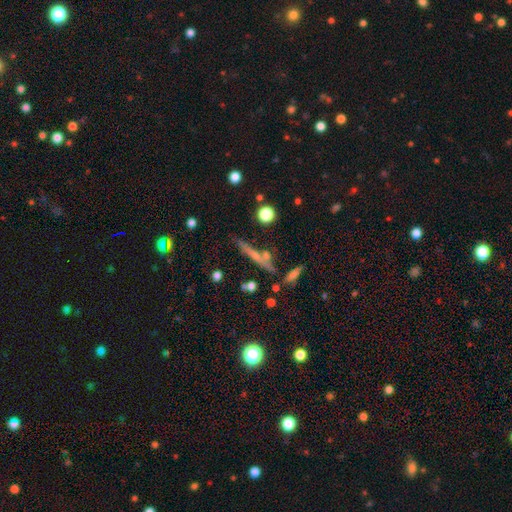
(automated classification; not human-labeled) smooth_or_featured: smooth (p=0.46) [alt: featured or disk p=0.43]
merging: none (p=0.73) [alt: minor disturbance p=0.13]